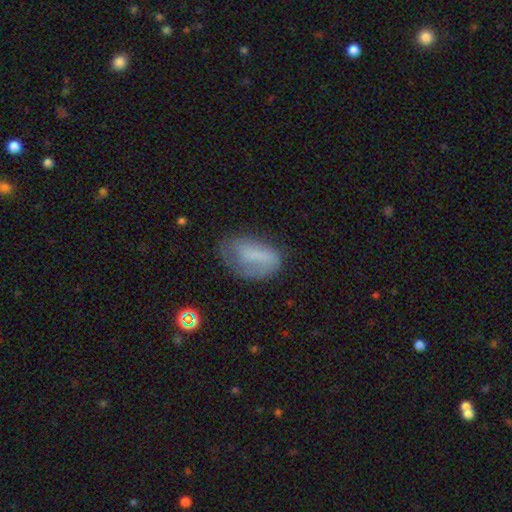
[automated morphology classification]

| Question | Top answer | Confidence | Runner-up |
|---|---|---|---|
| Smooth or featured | smooth | 61% | featured or disk (29%) |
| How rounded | in between | 88% | round (7%) |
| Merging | none | 46% | minor disturbance (30%) |